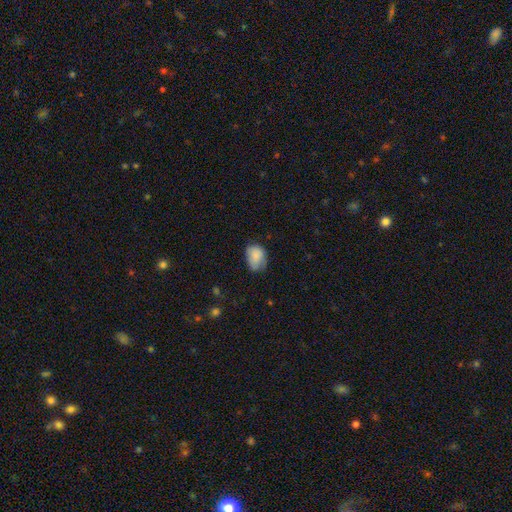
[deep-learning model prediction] Smooth or featured?
  - smooth: 84% *
  - featured or disk: 8%
  - star or artifact: 8%
How rounded?
  - in between: 72% *
  - round: 27%
  - cigar-shaped: 1%
Merging?
  - none: 53% *
  - minor disturbance: 36%
  - major disturbance: 9%
  - merger: 1%